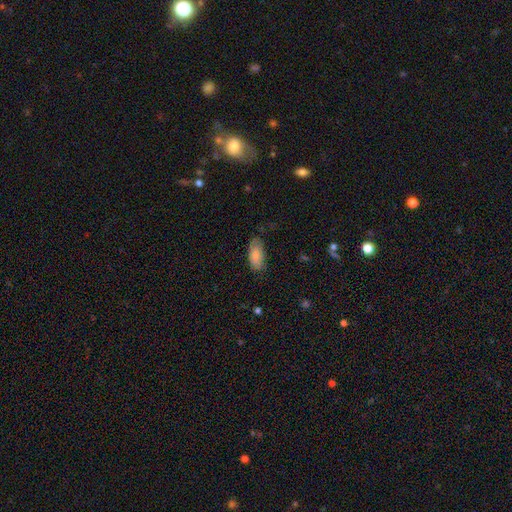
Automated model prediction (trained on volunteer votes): Smooth or featured? Predicted: smooth (p=0.80). How rounded? Predicted: in between (p=0.90). Merging? Predicted: none (p=0.75).